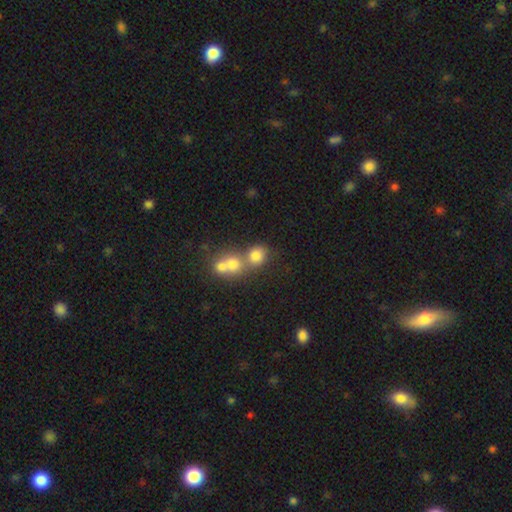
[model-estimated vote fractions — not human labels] This appears to be a smooth galaxy with no disk features (76%) that is round (80%). Merging: merger (49%).